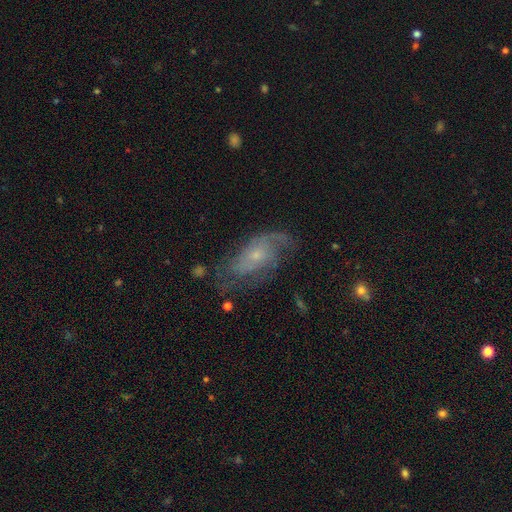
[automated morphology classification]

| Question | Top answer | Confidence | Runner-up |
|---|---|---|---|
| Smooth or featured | featured or disk | 75% | smooth (17%) |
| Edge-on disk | no | 94% | yes (6%) |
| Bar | no | 73% | weak (23%) |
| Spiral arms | yes | 88% | no (12%) |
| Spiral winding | medium | 43% | tight (30%) |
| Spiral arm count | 2 | 43% | can't tell (29%) |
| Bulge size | small | 68% | moderate (25%) |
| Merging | none | 57% | minor disturbance (23%) |